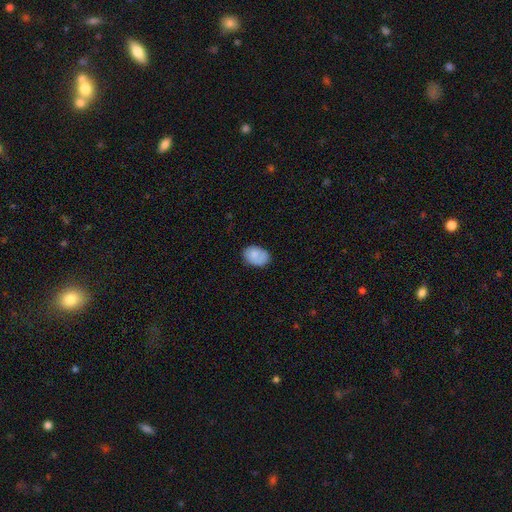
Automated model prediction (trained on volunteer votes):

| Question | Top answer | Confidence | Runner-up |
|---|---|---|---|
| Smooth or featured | smooth | 80% | featured or disk (12%) |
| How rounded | in between | 80% | round (19%) |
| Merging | none | 71% | minor disturbance (22%) |